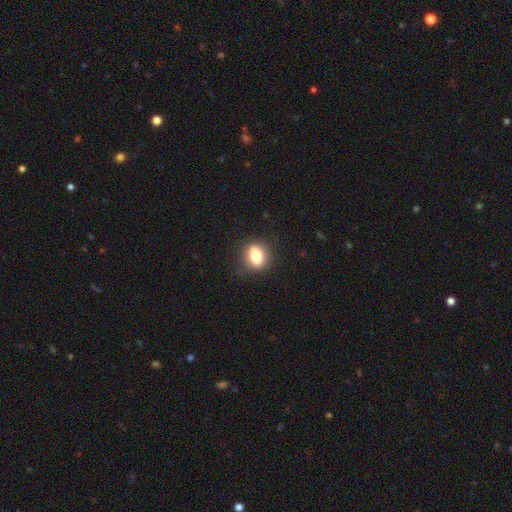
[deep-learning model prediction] Smooth or featured: smooth — 81% (featured or disk — 10%)
How rounded: in between — 67% (round — 30%)
Merging: none — 84% (minor disturbance — 12%)